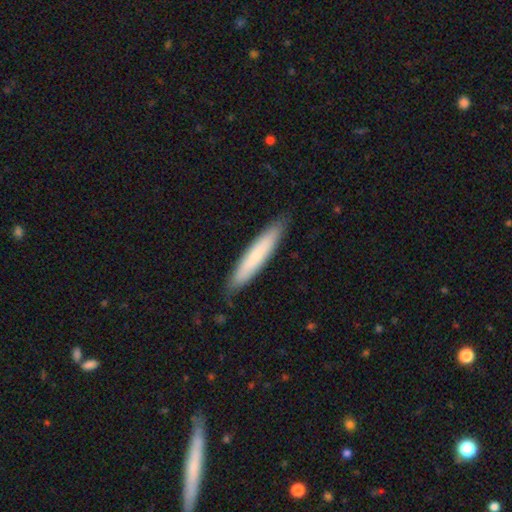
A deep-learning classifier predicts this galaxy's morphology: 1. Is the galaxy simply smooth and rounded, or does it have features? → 71% smooth, 23% featured or disk, 5% star or artifact.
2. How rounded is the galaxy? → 91% cigar-shaped, 8% in between, 1% round.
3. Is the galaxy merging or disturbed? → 86% none, 11% minor disturbance, 2% major disturbance, 1% merger.